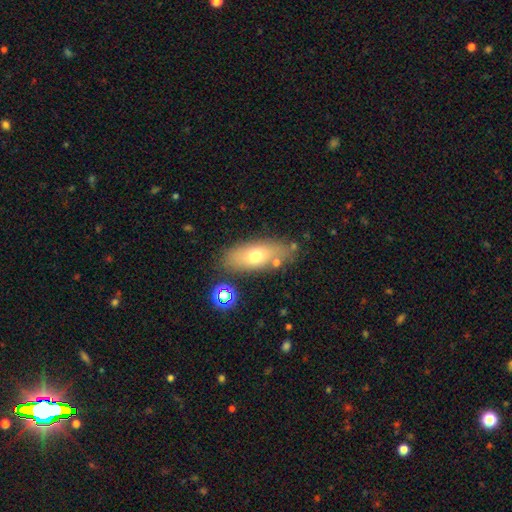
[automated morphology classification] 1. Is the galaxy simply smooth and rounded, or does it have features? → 66% smooth, 25% featured or disk, 9% star or artifact.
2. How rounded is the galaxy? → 77% in between, 18% cigar-shaped, 5% round.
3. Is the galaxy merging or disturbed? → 76% none, 14% minor disturbance, 6% merger, 4% major disturbance.